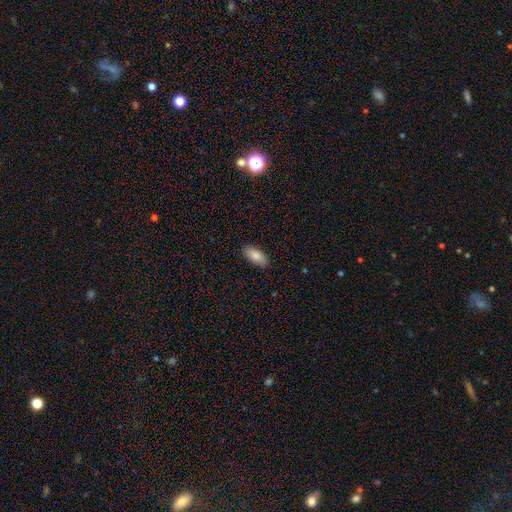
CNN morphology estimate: Q: Smooth or featured?
A: smooth (85%); runner-up: featured or disk (8%)
Q: How rounded?
A: in between (88%); runner-up: cigar-shaped (9%)
Q: Merging?
A: none (88%); runner-up: minor disturbance (9%)